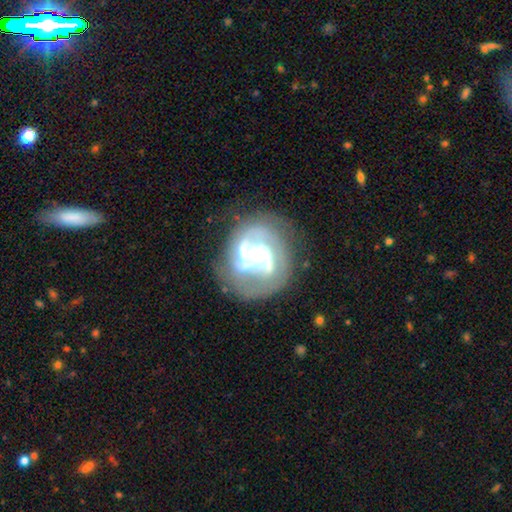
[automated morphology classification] Overall: featured or disk (88%). Edge-on disk: no (98%). Bar: no (54%; weak 33%). Spiral arms: yes (96%). Spiral arm count: 2 (43%; 3 34%). Spiral winding: medium (49%; tight 37%). Bulge size: moderate (58%; small 34%). Merging: none (69%).